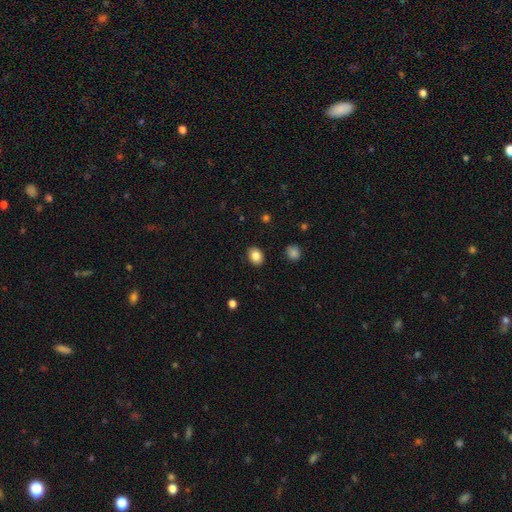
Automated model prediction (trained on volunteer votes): Morphology: type=smooth (85%); roundness=in between (64%); merging=none (89%).